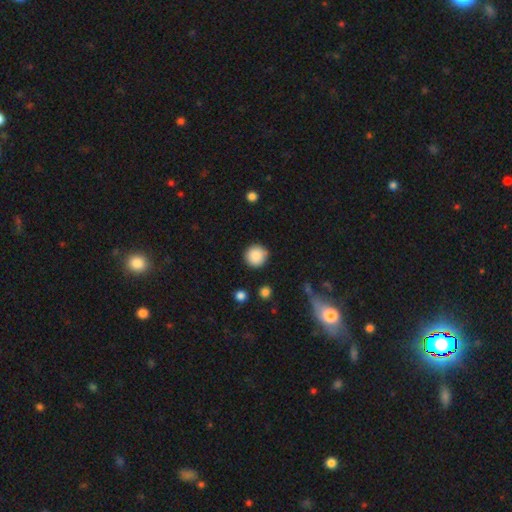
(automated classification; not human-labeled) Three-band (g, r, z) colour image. It shows a smooth galaxy with no disk features (88%) that is round (94%). Merging: none (86%).